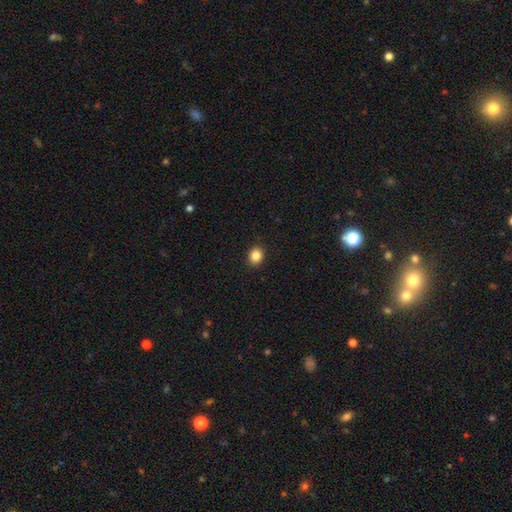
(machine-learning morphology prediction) Smooth or featured?
  - smooth: 86% *
  - star or artifact: 10%
  - featured or disk: 4%
How rounded?
  - round: 70% *
  - in between: 29%
  - cigar-shaped: 1%
Merging?
  - none: 92% *
  - minor disturbance: 5%
  - major disturbance: 2%
  - merger: 1%